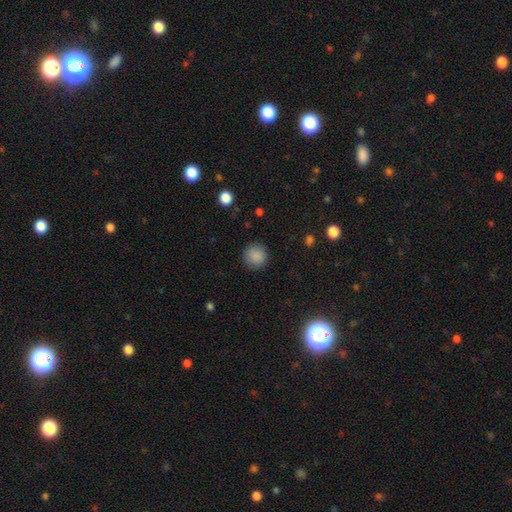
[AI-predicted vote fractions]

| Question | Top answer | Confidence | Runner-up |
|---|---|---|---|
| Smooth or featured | smooth | 88% | star or artifact (9%) |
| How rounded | round | 94% | in between (5%) |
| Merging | none | 90% | minor disturbance (7%) |